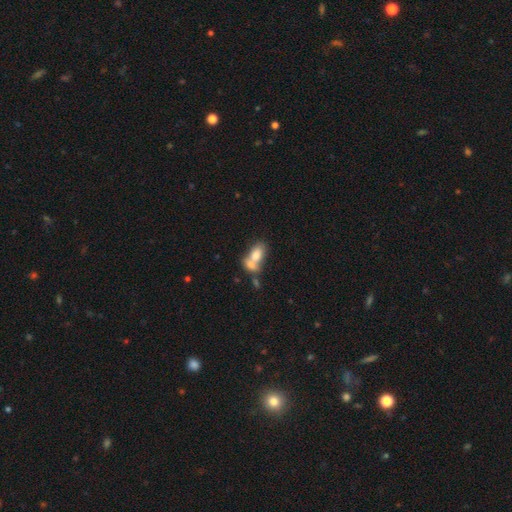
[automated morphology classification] The model was most divided on "merging": merger: 68%, none: 19%, minor disturbance: 8%, major disturbance: 5%. More confident: how rounded — in between (83%); smooth or featured — smooth (73%).